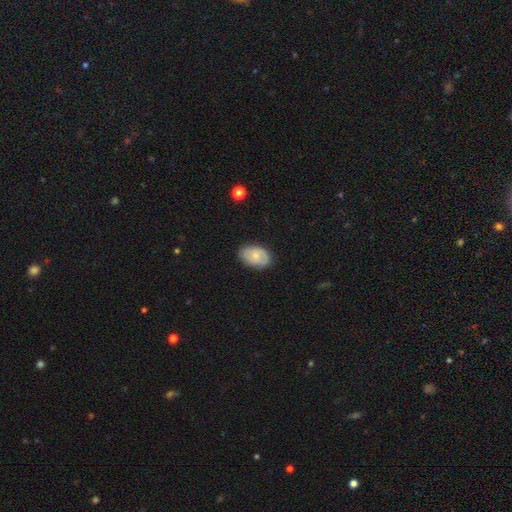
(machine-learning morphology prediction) Overall: smooth (62%; featured or disk 31%). How rounded: in between (86%). Merging: none (80%).